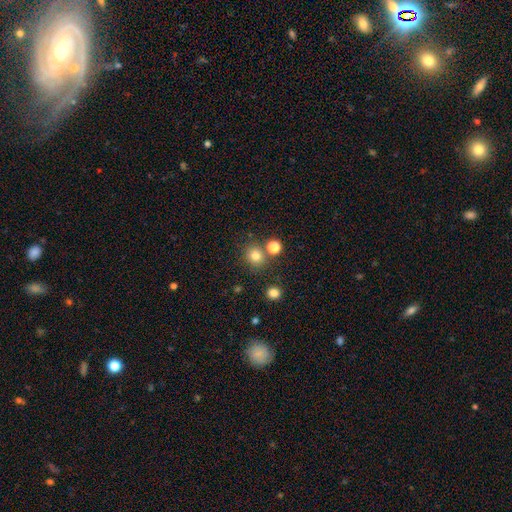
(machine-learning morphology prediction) This is likely a smooth galaxy (78%). How rounded: clearly round (87%). Merging: likely none (77%).